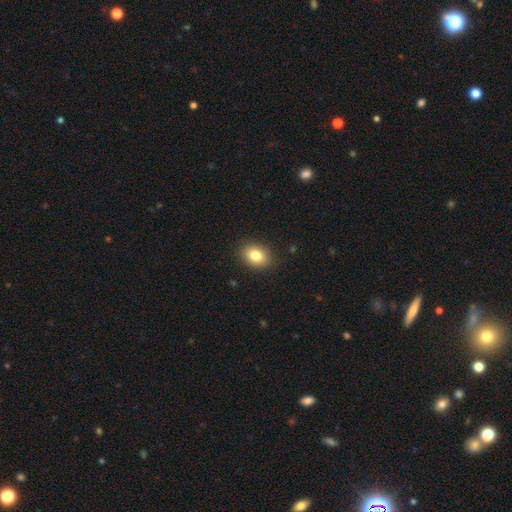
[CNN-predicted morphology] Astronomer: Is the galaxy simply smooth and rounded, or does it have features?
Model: smooth — 82%.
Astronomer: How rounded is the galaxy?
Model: in between — 68%.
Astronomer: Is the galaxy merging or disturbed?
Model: none — 88%.